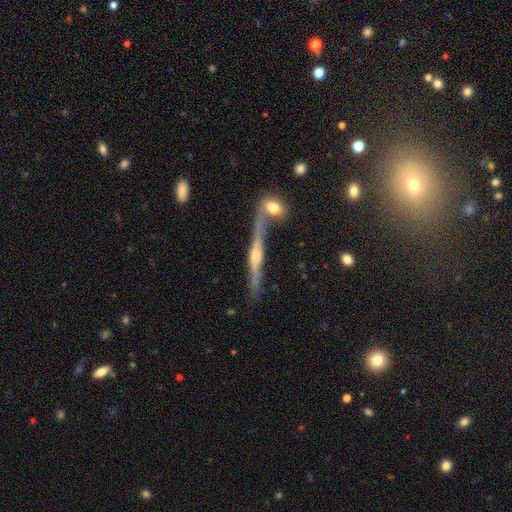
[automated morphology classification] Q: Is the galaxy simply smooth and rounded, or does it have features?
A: featured or disk — 77%.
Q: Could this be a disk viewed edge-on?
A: yes — 94%.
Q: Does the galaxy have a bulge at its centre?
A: rounded — 82%.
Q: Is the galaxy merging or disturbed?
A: none — 61%.